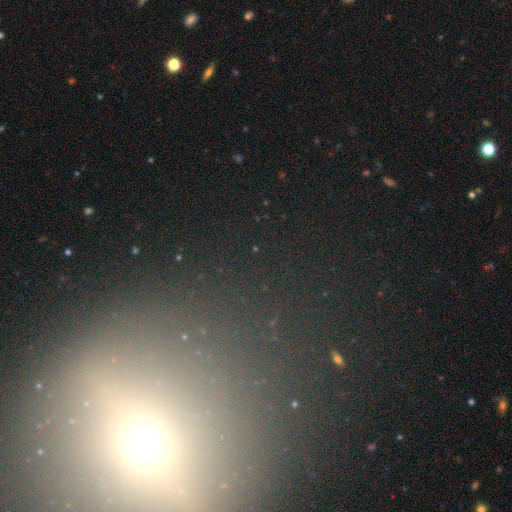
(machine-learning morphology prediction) smooth_or_featured: star or artifact (p=0.51) [alt: smooth p=0.32]